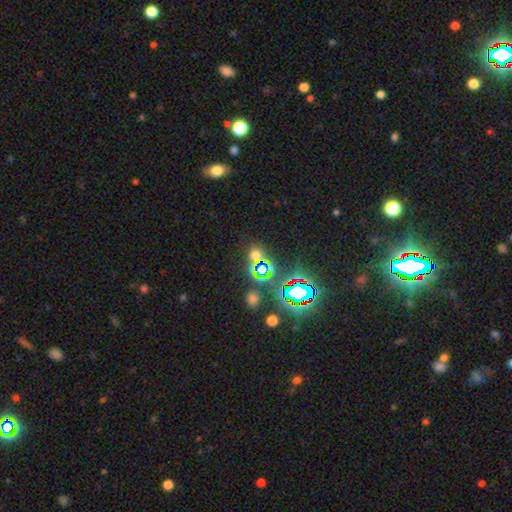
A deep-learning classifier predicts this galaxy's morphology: This is possibly a star or artifact rather than a galaxy (57%).